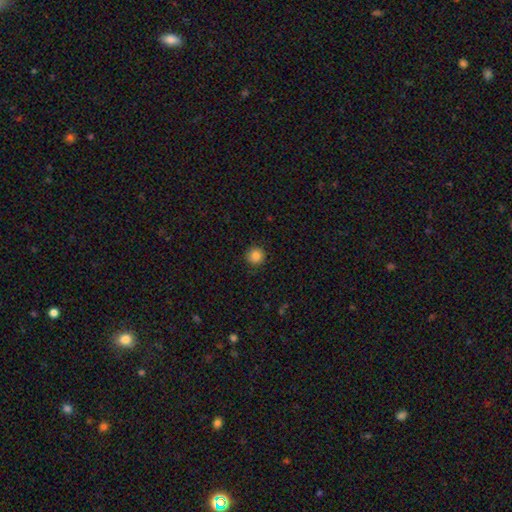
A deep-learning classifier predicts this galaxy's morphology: A smooth galaxy with no disk features (86%) that is round (95%).

Vote fractions:
- Smooth or featured? smooth: 86% / star or artifact: 10% / featured or disk: 4%
- How rounded? round: 95% / in between: 4% / cigar-shaped: 1%
- Merging? none: 91% / minor disturbance: 6% / major disturbance: 2% / merger: 1%